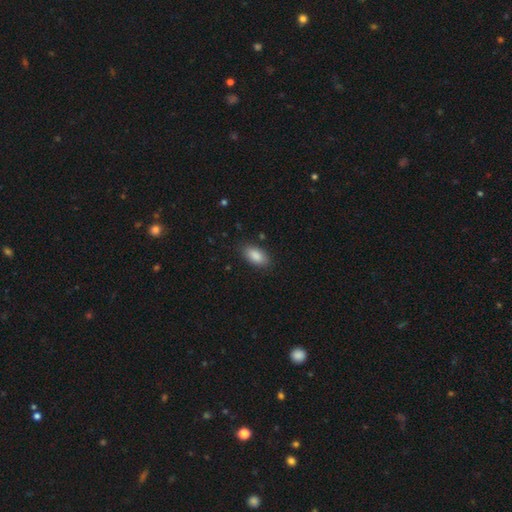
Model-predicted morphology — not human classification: Smooth or featured? smooth (88%)
How rounded? in between (92%)
Merging? none (85%)